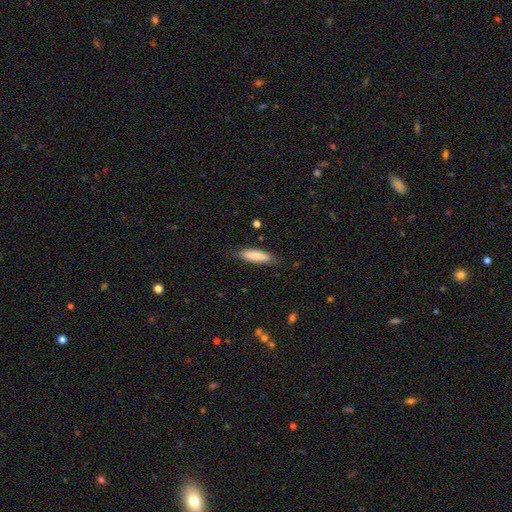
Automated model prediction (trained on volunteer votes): smooth_or_featured: smooth (p=0.83) [alt: featured or disk p=0.12]
how_rounded: cigar-shaped (p=0.60) [alt: in between p=0.39]
merging: none (p=0.79) [alt: minor disturbance p=0.16]